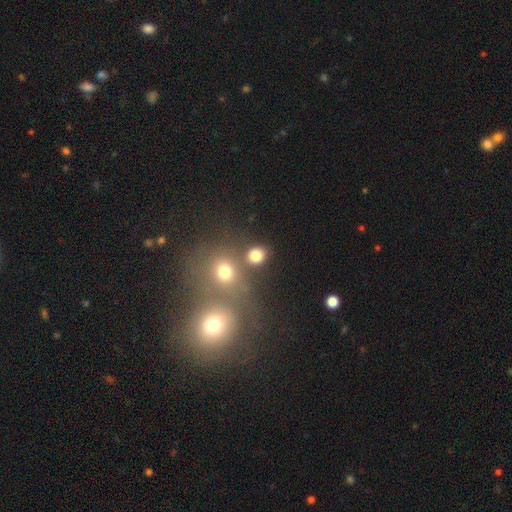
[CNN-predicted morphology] Smooth or featured? Predicted: smooth (p=0.80). How rounded? Predicted: round (p=0.76). Merging? Predicted: none (p=0.75).